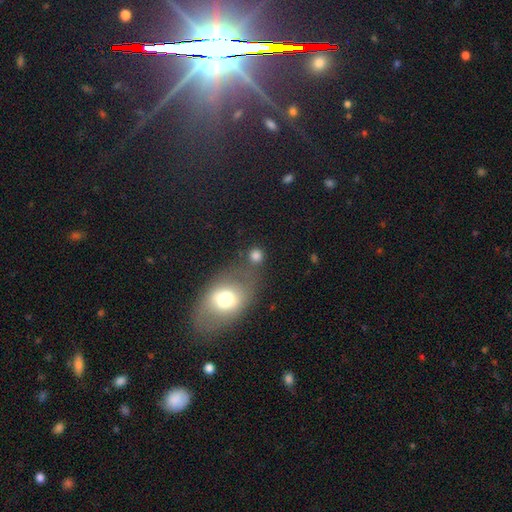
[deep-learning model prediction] A smooth galaxy with no disk features (79%) that is round (82%).

Vote fractions:
- Smooth or featured? smooth: 79% / star or artifact: 13% / featured or disk: 8%
- How rounded? round: 82% / in between: 16% / cigar-shaped: 2%
- Merging? none: 64% / merger: 17% / minor disturbance: 11% / major disturbance: 7%